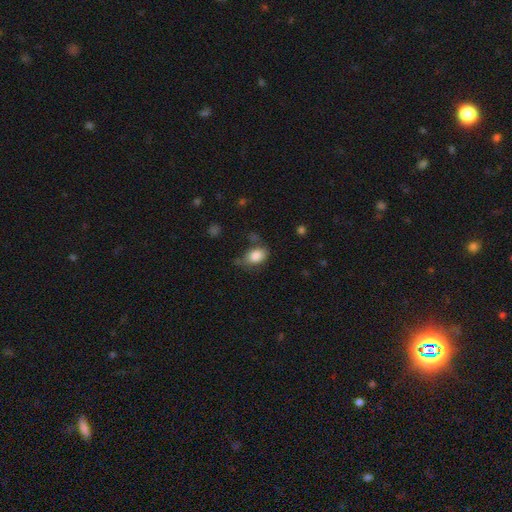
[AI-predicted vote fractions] smooth_or_featured: smooth (p=0.85) [alt: star or artifact p=0.08]
how_rounded: in between (p=0.79) [alt: round p=0.19]
merging: none (p=0.51) [alt: minor disturbance p=0.31]